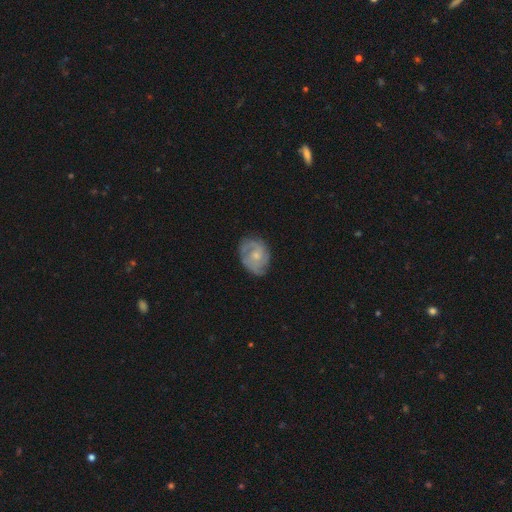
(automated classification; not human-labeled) Overall: featured or disk (70%). Edge-on disk: no (97%). Bar: no (72%). Spiral arms: yes (88%). Spiral arm count: 2 (48%; can't tell 25%). Spiral winding: tight (46%; medium 40%). Bulge size: small (56%; moderate 36%). Merging: none (70%).